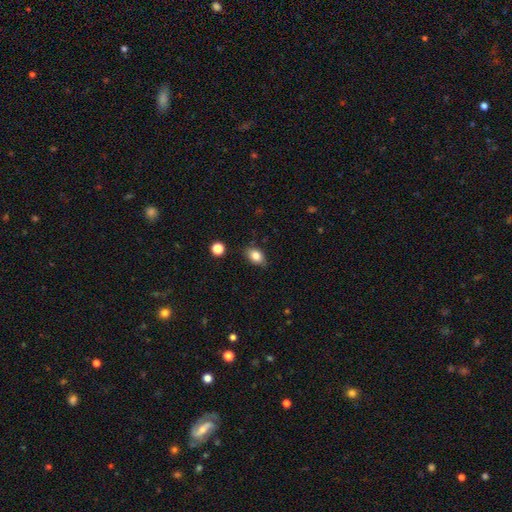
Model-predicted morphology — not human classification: A smooth galaxy with no disk features (84%) that is in between round and cigar-shaped (81%).

Vote fractions:
- Smooth or featured? smooth: 84% / star or artifact: 9% / featured or disk: 7%
- How rounded? in between: 81% / round: 17% / cigar-shaped: 2%
- Merging? none: 80% / minor disturbance: 15% / major disturbance: 3% / merger: 2%